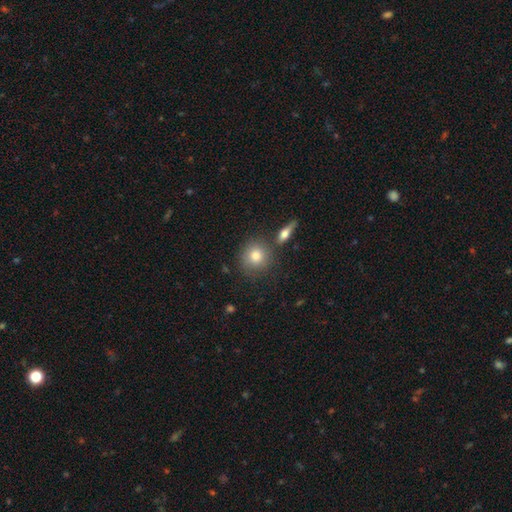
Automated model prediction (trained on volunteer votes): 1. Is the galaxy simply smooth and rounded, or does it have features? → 79% smooth, 12% featured or disk, 9% star or artifact.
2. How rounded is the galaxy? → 85% round, 13% in between, 1% cigar-shaped.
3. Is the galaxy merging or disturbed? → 73% none, 12% merger, 11% minor disturbance, 3% major disturbance.